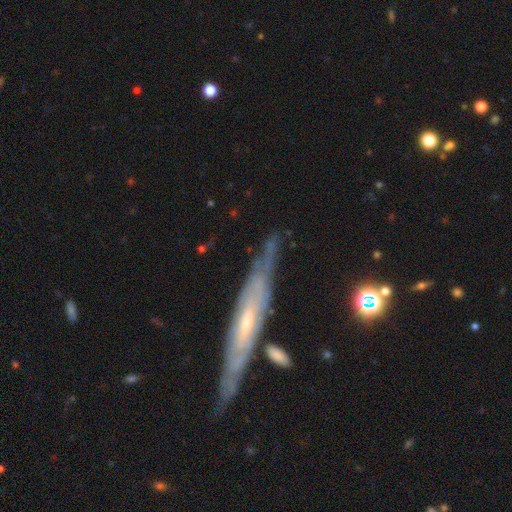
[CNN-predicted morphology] This is likely a featured or disk galaxy (76%). It is likely viewed edge-on (73%). Edge-on bulge: possibly none (55%). Merging: clearly none (81%).